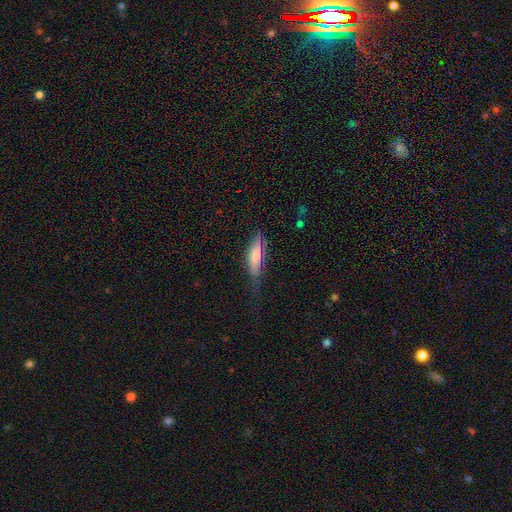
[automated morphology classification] This is likely a smooth galaxy (65%). How rounded: possibly cigar-shaped (53%). Merging: possibly none (57%).